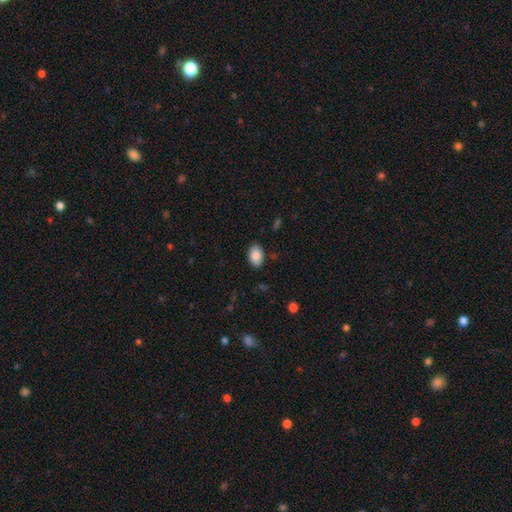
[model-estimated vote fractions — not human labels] The model was most divided on "merging": none: 87%, minor disturbance: 10%, major disturbance: 2%, merger: 1%. More confident: how rounded — in between (89%); smooth or featured — smooth (88%).